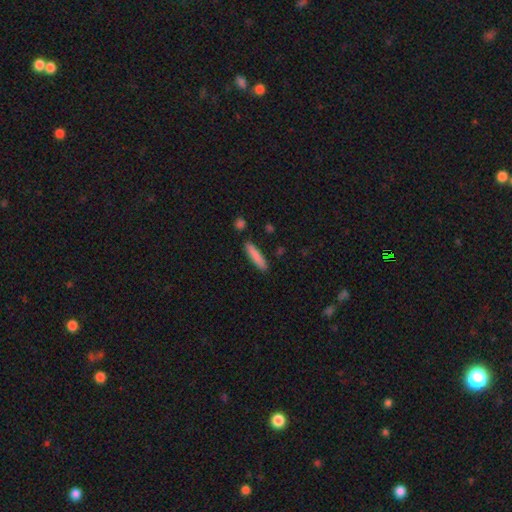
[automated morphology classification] smooth-or-featured: smooth: 84% | featured or disk: 10% | star or artifact: 6%
  how-rounded: cigar-shaped: 86% | in between: 13% | round: 1%
  merging: none: 87% | minor disturbance: 8% | merger: 3% | major disturbance: 2%